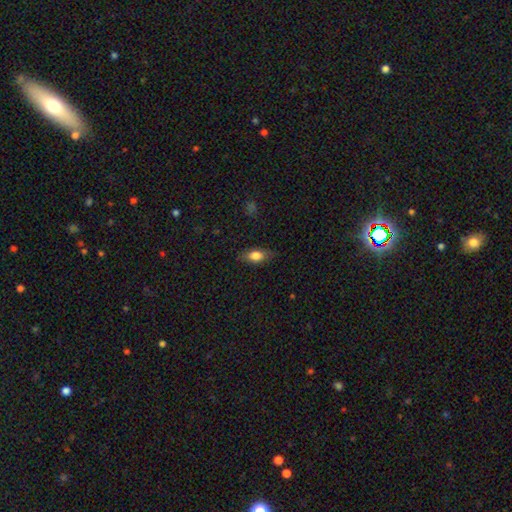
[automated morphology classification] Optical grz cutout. It shows a smooth galaxy with no disk features (78%) that is in between round and cigar-shaped (81%). Merging: none (80%).